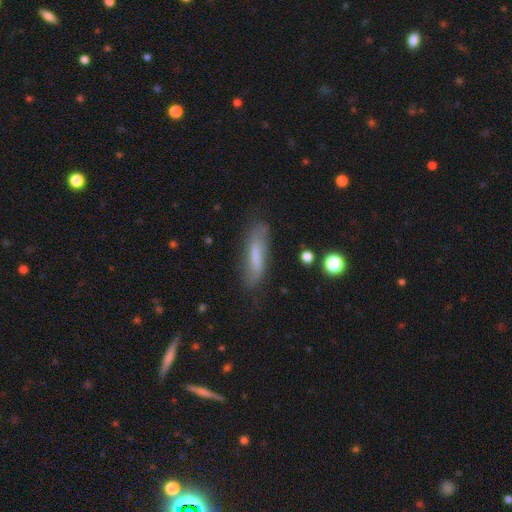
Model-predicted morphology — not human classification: smooth-or-featured: smooth: 59% | featured or disk: 33% | star or artifact: 9%
  how-rounded: cigar-shaped: 72% | in between: 27% | round: 2%
  merging: none: 72% | minor disturbance: 20% | major disturbance: 6% | merger: 2%